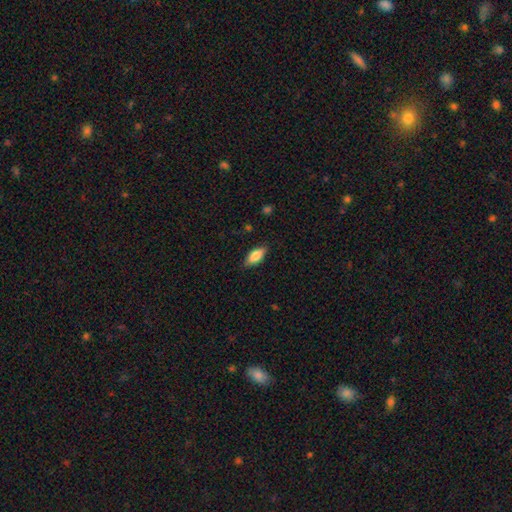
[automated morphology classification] smooth_or_featured: smooth (p=0.80) [alt: featured or disk p=0.13]
how_rounded: in between (p=0.80) [alt: cigar-shaped p=0.18]
merging: none (p=0.85) [alt: minor disturbance p=0.12]